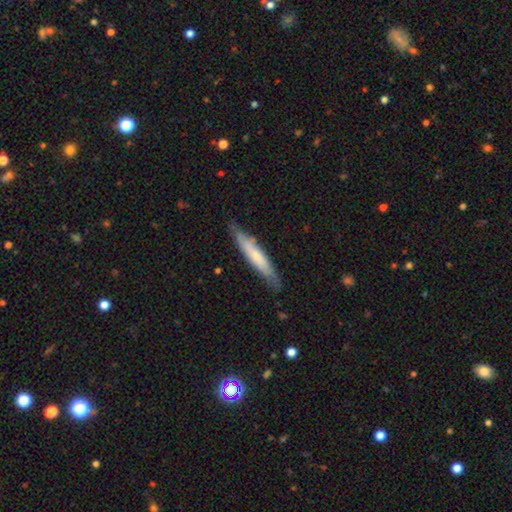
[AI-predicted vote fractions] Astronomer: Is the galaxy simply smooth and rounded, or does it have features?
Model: smooth — 57% (runner-up: featured or disk, 38%).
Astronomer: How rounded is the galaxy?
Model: cigar-shaped — 91%.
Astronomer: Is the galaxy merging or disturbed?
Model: none — 80%.